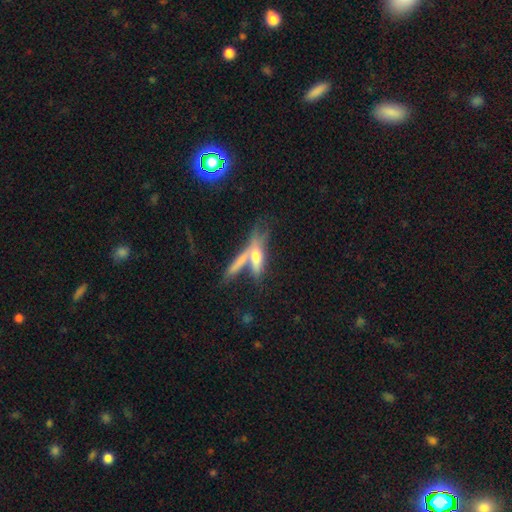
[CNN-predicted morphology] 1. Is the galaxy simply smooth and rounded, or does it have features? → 51% smooth, 41% featured or disk, 8% star or artifact.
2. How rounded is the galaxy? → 62% cigar-shaped, 34% in between, 4% round.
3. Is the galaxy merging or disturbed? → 43% merger, 33% none, 13% minor disturbance, 11% major disturbance.